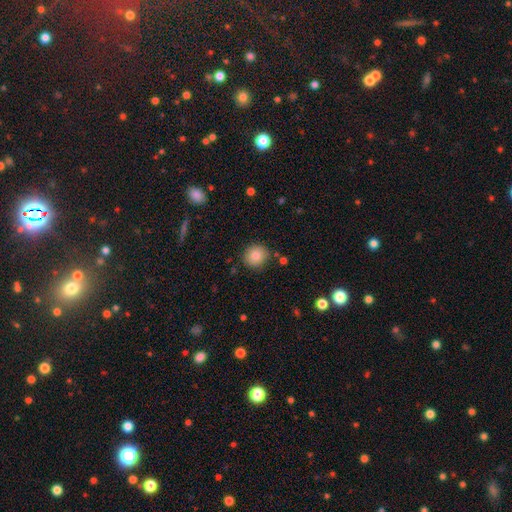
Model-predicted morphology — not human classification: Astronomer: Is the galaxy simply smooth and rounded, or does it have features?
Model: smooth — 84%.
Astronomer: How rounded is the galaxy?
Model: round — 86%.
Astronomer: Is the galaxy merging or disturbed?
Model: none — 85%.